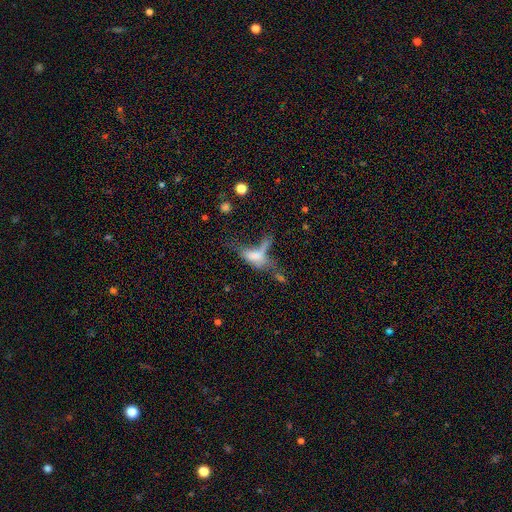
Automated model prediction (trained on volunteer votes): This is possibly a smooth galaxy (54%). How rounded: likely in between (67%). Merging: marginally major disturbance (33%, tied with merger).